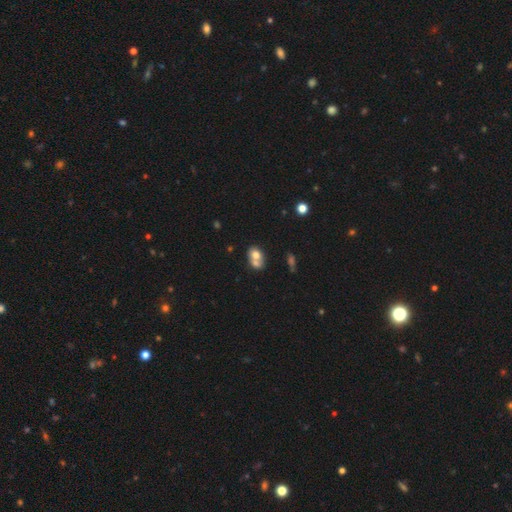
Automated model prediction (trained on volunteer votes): A smooth galaxy with no disk features (68%) that is in between round and cigar-shaped (59%). Merging: merger (64%).